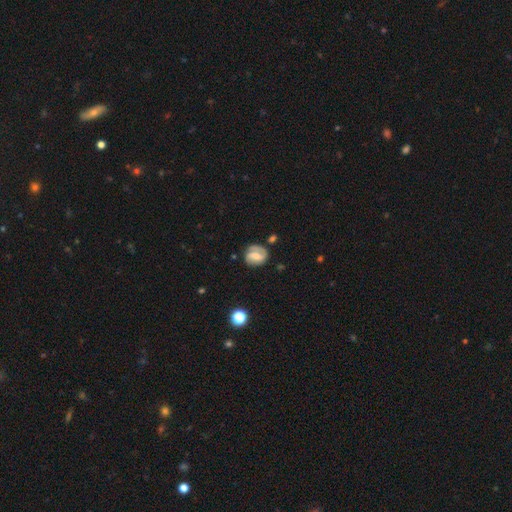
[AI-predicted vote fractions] smooth-or-featured: featured or disk: 62% | smooth: 30% | star or artifact: 8%
  disk-edge-on: no: 97% | yes: 3%
    bar: weak: 44% | strong: 33% | no: 22%
    has-spiral-arms: yes: 84% | no: 16%
      spiral-winding: tight: 42% | medium: 40% | loose: 18%
      spiral-arm-count: 2: 62% | 1: 23% | can't tell: 12% | 3: 2% | 4: 1% | more than 4: 1%
    bulge-size: moderate: 37% | small: 36% | none: 17% | large: 8% | dominant: 2%
  merging: none: 66% | minor disturbance: 21% | major disturbance: 9% | merger: 4%